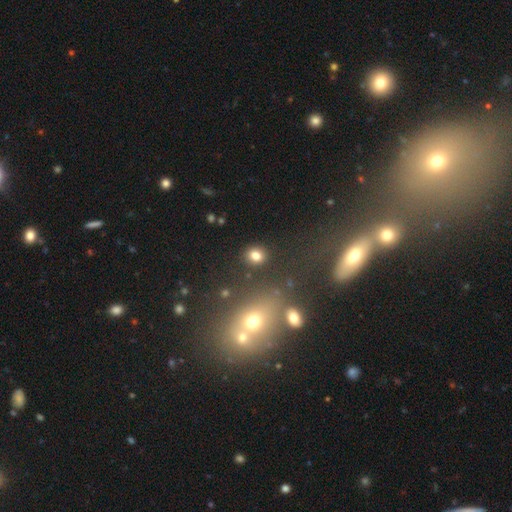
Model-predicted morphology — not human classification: Smooth or featured: smooth — 80% (star or artifact — 14%)
How rounded: round — 68% (in between — 31%)
Merging: none — 86% (minor disturbance — 7%)